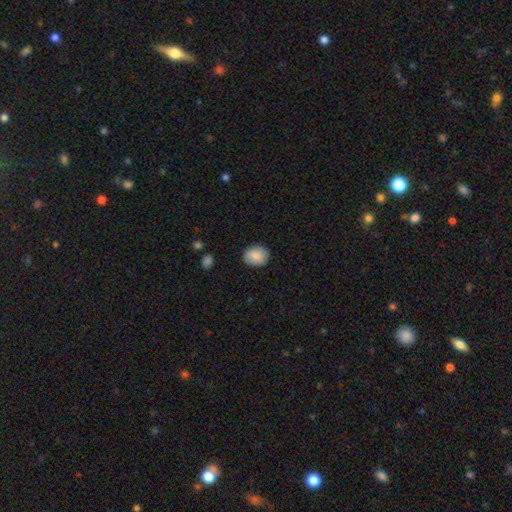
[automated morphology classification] A smooth galaxy with no disk features (86%) that is round (59%). Merging: none (83%).